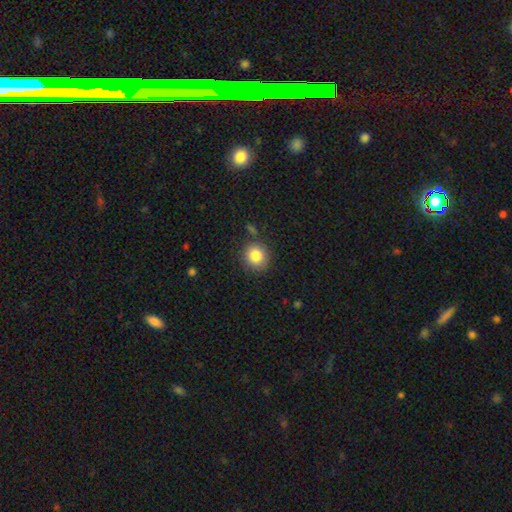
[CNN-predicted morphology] type=smooth (83%); roundness=round (87%); merging=none (84%).